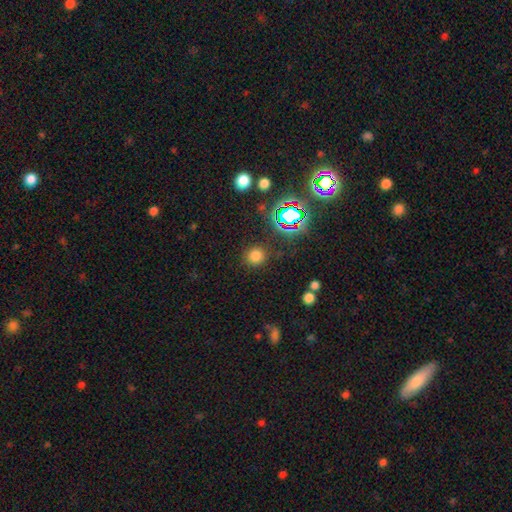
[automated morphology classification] smooth 71%, star or artifact 22%, featured or disk 6%. Down the decision tree: how rounded — round (89%); merging — none (86%).